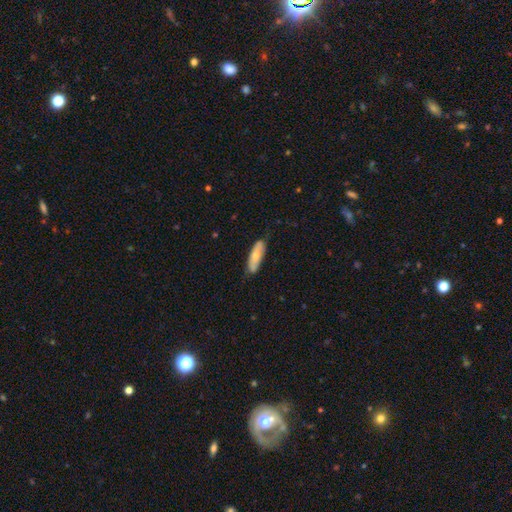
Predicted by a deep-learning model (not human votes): Smooth or featured?
  - smooth: 67% *
  - featured or disk: 28%
  - star or artifact: 5%
How rounded?
  - in between: 50% *
  - cigar-shaped: 48%
  - round: 2%
Merging?
  - none: 74% *
  - minor disturbance: 21%
  - major disturbance: 3%
  - merger: 2%